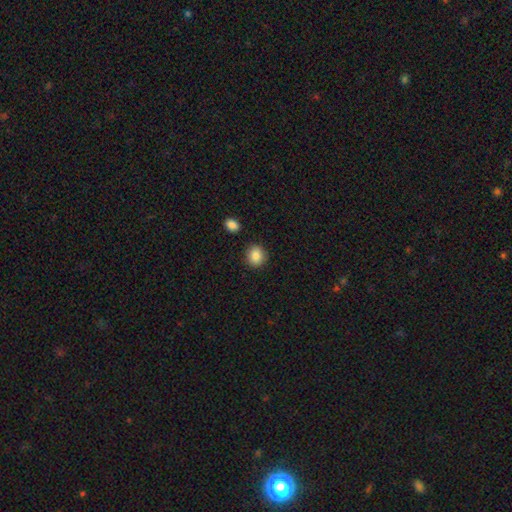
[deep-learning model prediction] Q: Smooth or featured?
A: smooth (87%); runner-up: star or artifact (8%)
Q: How rounded?
A: round (80%); runner-up: in between (19%)
Q: Merging?
A: none (87%); runner-up: minor disturbance (8%)